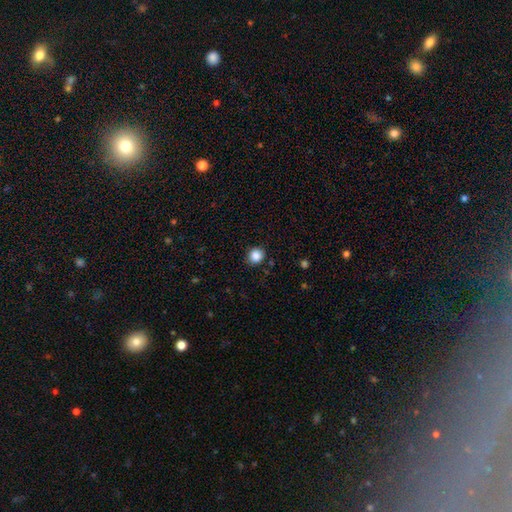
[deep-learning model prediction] Smooth or featured? Predicted: smooth (p=0.87). How rounded? Predicted: round (p=0.83). Merging? Predicted: none (p=0.87).